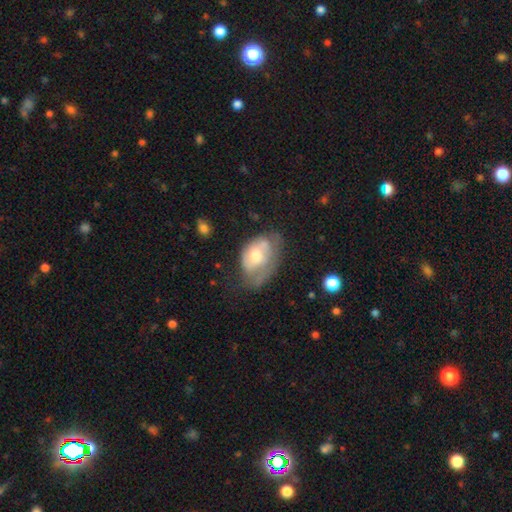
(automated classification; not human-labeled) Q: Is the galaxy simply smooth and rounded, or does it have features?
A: featured or disk — 51%.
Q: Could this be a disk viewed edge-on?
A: no — 95%.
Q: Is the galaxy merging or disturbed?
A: minor disturbance — 36%.